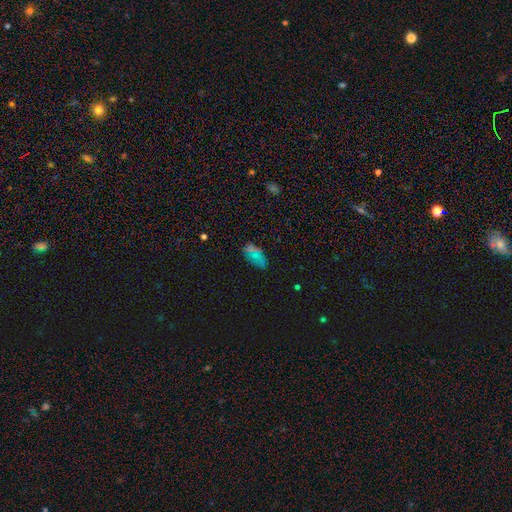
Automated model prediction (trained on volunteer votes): Smooth or featured?
  - smooth: 59% *
  - star or artifact: 31%
  - featured or disk: 11%
How rounded?
  - in between: 91% *
  - round: 5%
  - cigar-shaped: 5%
Merging?
  - none: 73% *
  - minor disturbance: 17%
  - major disturbance: 6%
  - merger: 4%